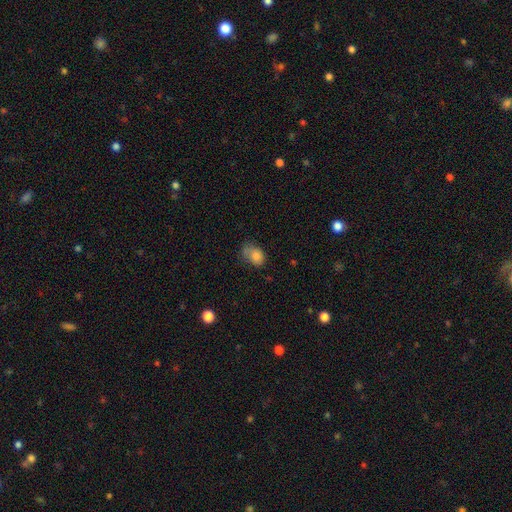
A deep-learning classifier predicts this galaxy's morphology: Q: Smooth or featured?
A: smooth (81%); runner-up: featured or disk (10%)
Q: How rounded?
A: in between (70%); runner-up: round (29%)
Q: Merging?
A: none (39%); runner-up: minor disturbance (36%)